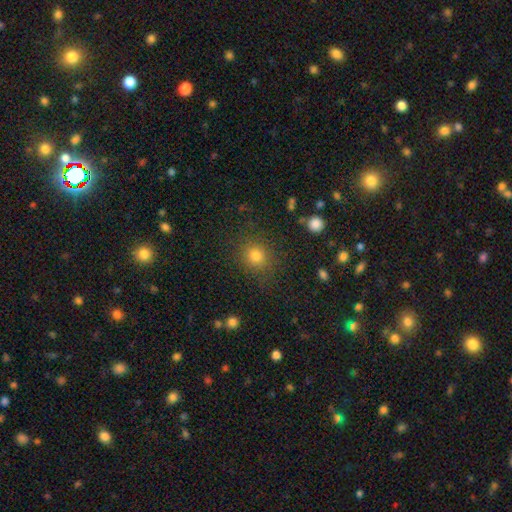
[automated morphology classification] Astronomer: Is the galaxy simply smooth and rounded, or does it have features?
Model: smooth — 80%.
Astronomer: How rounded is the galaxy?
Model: round — 86%.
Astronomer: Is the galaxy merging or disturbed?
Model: none — 86%.